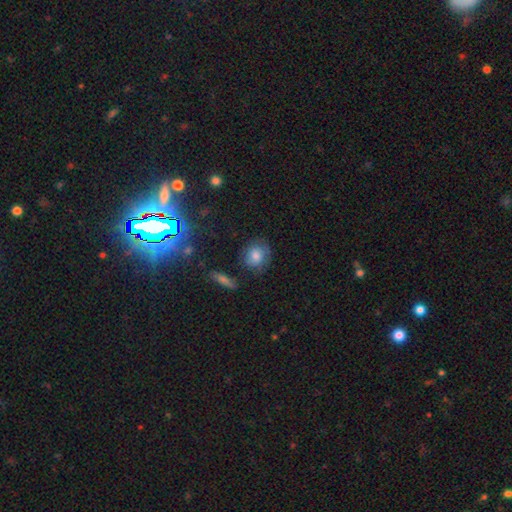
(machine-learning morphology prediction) This appears to be a smooth galaxy with no disk features (70%) that is round (70%). Merging: none (67%).